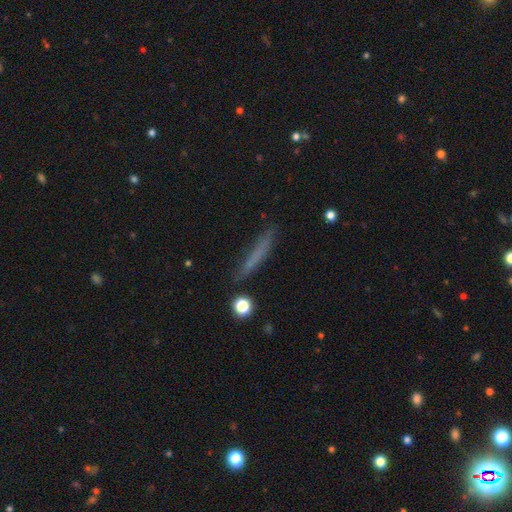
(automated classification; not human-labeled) Smooth or featured: smooth — 63% (featured or disk — 27%)
How rounded: cigar-shaped — 93% (in between — 5%)
Merging: none — 79% (minor disturbance — 15%)